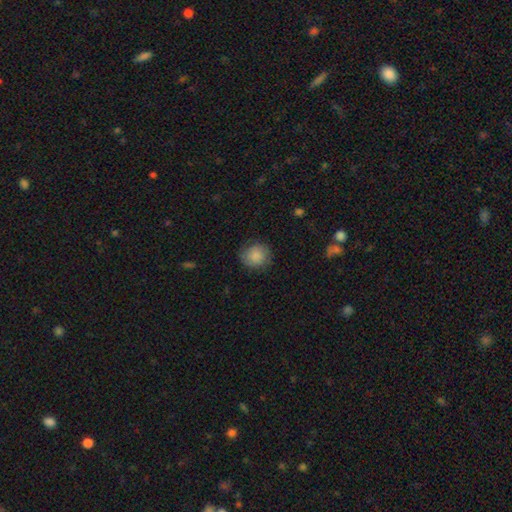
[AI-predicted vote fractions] This is clearly a smooth galaxy (82%). How rounded: clearly round (87%). Merging: clearly none (81%).